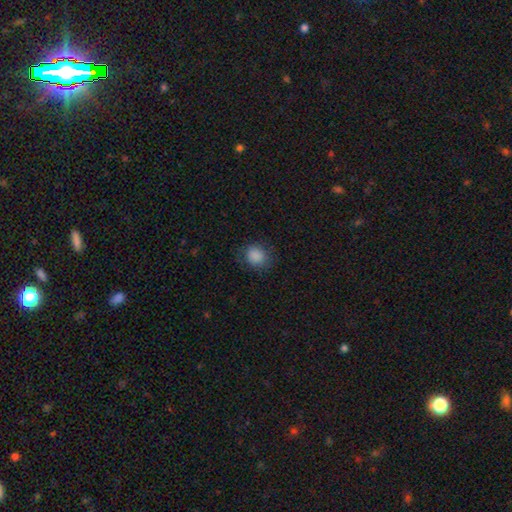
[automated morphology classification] This is clearly a smooth galaxy (87%). How rounded: likely round (73%). Merging: clearly none (80%).